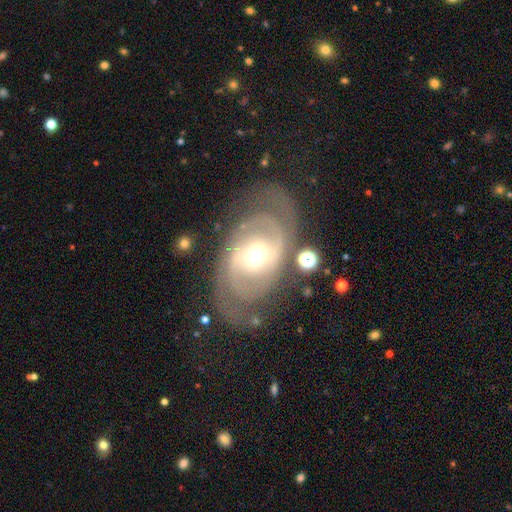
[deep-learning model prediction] This is clearly a featured or disk galaxy (84%). It is clearly not viewed edge-on (95%). Bar: marginally no (39%, tied with weak). Spiral arm pattern: clearly yes (90%). Spiral arm count: clearly 2 (81%). Spiral winding: marginally tight (44%). Central bulge: likely moderate (64%). Merging: likely none (70%).